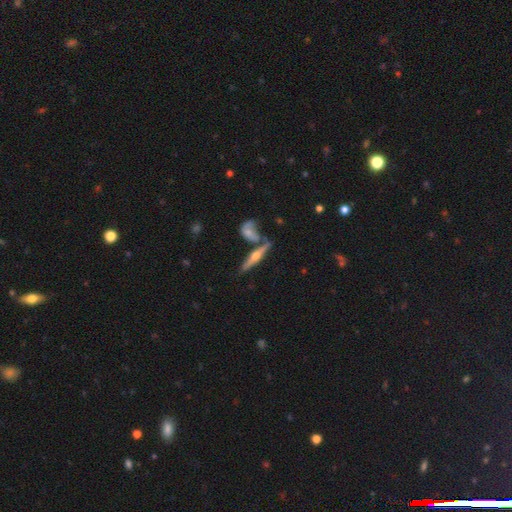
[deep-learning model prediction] Q: Smooth or featured?
A: featured or disk (73%); runner-up: smooth (21%)
Q: Edge-on disk?
A: yes (94%); runner-up: no (6%)
Q: Edge-on bulge?
A: rounded (93%); runner-up: none (4%)
Q: Merging?
A: none (63%); runner-up: merger (20%)